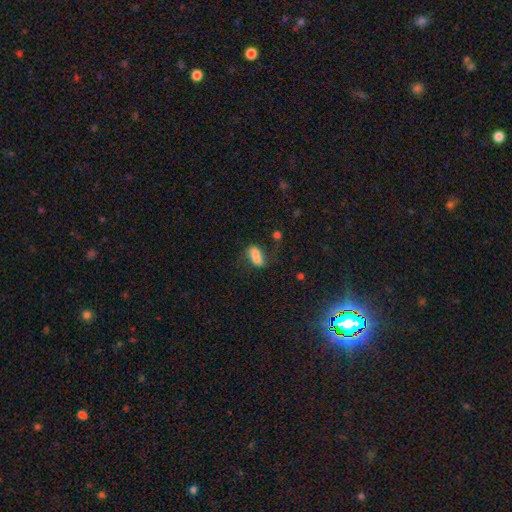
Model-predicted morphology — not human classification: Smooth or featured? smooth (72%)
How rounded? in between (85%)
Merging? none (45%)